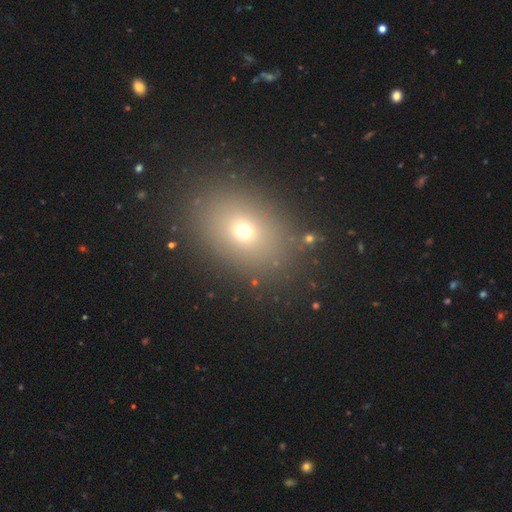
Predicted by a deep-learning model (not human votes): This appears to be a smooth galaxy with no disk features (65%) that is in between round and cigar-shaped (64%). Merging: none (88%).